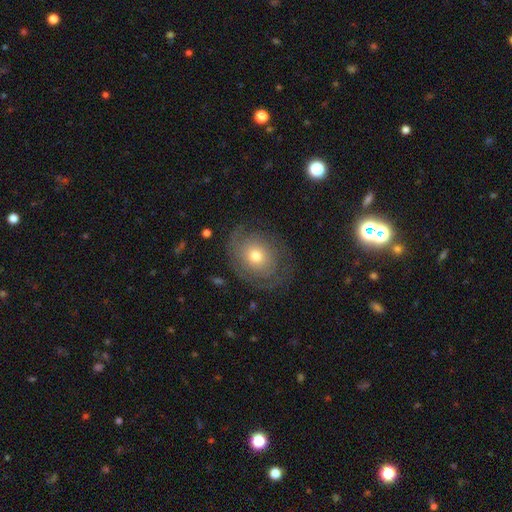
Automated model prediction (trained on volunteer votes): Smooth or featured: featured or disk — 50% (smooth — 42%)
Merging: none — 70% (minor disturbance — 17%)